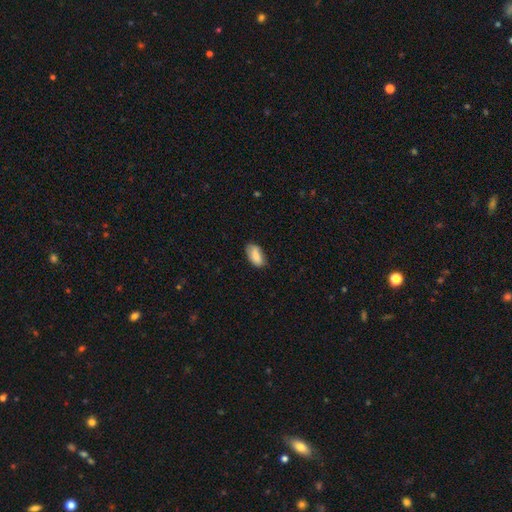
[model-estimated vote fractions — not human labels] A smooth galaxy with no disk features (84%) that is in between round and cigar-shaped (93%).

Vote fractions:
- Smooth or featured? smooth: 84% / featured or disk: 9% / star or artifact: 7%
- How rounded? in between: 93% / round: 4% / cigar-shaped: 4%
- Merging? none: 70% / minor disturbance: 25% / major disturbance: 4% / merger: 1%